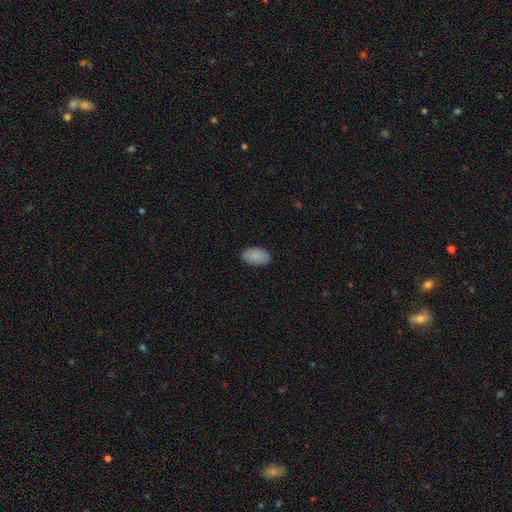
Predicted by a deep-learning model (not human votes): Smooth or featured?
  - smooth: 89% *
  - star or artifact: 6%
  - featured or disk: 5%
How rounded?
  - in between: 94% *
  - round: 4%
  - cigar-shaped: 1%
Merging?
  - none: 88% *
  - minor disturbance: 10%
  - major disturbance: 2%
  - merger: 1%